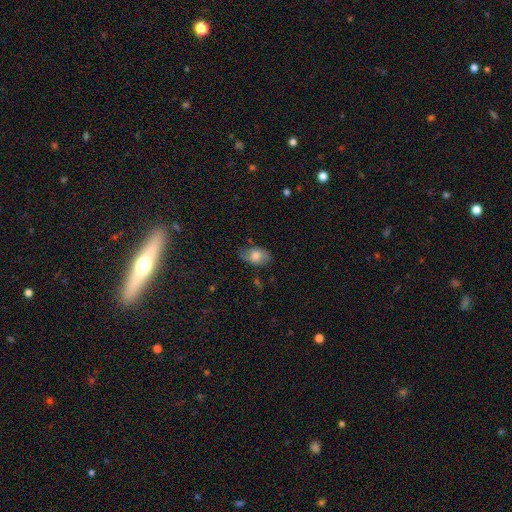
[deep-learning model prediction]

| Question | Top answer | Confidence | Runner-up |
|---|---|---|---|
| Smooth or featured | smooth | 73% | featured or disk (19%) |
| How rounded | in between | 88% | round (11%) |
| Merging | none | 64% | minor disturbance (27%) |